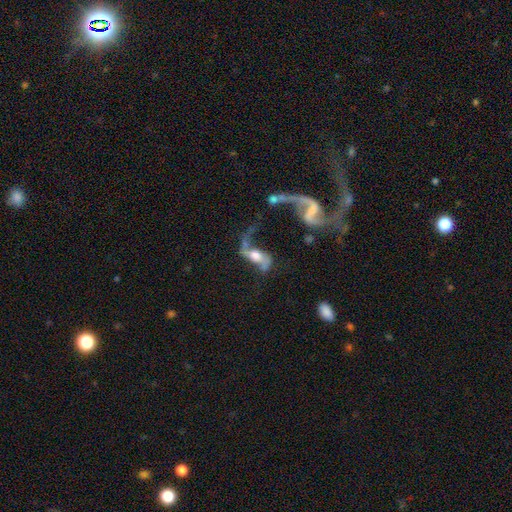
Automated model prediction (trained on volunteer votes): Smooth or featured? featured or disk (73%)
Edge-on disk? no (91%)
Bar? no (52%)
Spiral arms? yes (83%)
Spiral winding? loose (79%)
Spiral arm count? 2 (78%)
Bulge size? moderate (46%)
Merging? major disturbance (36%)